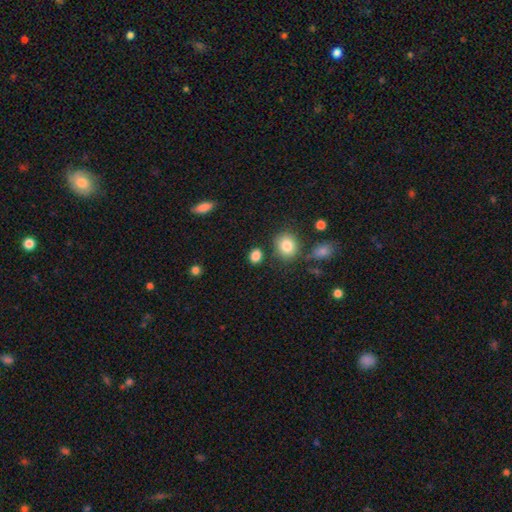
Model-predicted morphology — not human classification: Smooth or featured?
  - smooth: 85% *
  - star or artifact: 11%
  - featured or disk: 4%
How rounded?
  - round: 51% *
  - in between: 47%
  - cigar-shaped: 2%
Merging?
  - none: 79% *
  - minor disturbance: 11%
  - merger: 6%
  - major disturbance: 4%